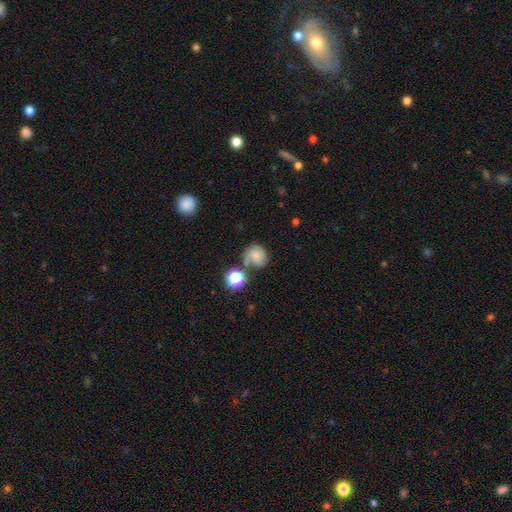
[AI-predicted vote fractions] This is possibly a smooth galaxy (58%). How rounded: likely round (78%). Merging: possibly none (47%).